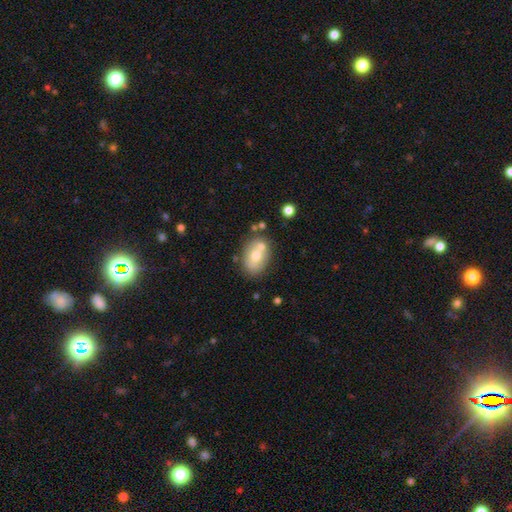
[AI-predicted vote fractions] Overall: smooth (66%). How rounded: in between (81%). Merging: none (60%; merger 20%).